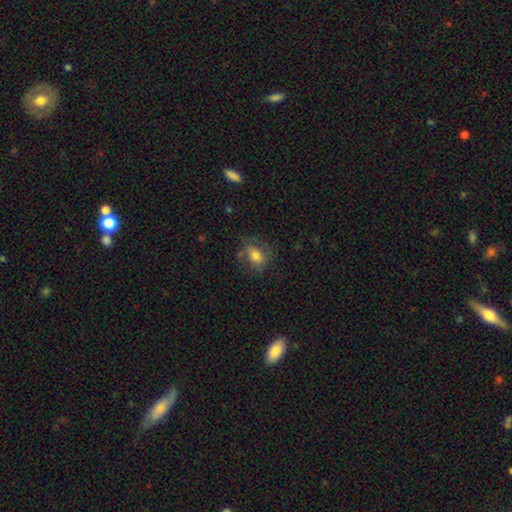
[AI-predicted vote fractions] Q: Smooth or featured?
A: smooth (60%); runner-up: featured or disk (30%)
Q: How rounded?
A: in between (63%); runner-up: round (35%)
Q: Merging?
A: none (63%); runner-up: minor disturbance (22%)